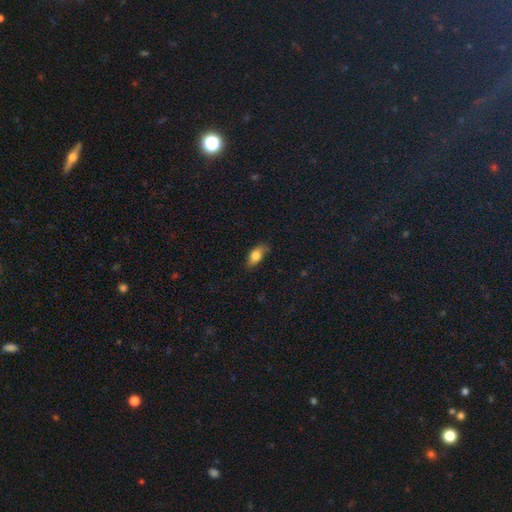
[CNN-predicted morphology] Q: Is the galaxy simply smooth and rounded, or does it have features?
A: smooth — 78%.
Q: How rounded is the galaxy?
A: in between — 87%.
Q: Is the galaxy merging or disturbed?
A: none — 74%.